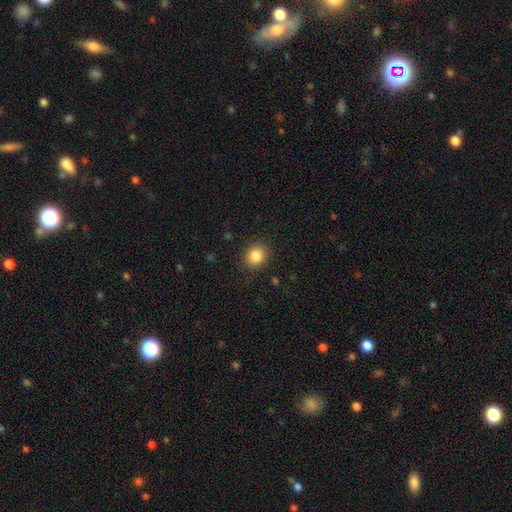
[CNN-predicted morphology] smooth 85%, star or artifact 10%, featured or disk 5%. Down the decision tree: how rounded — round (72%); merging — none (88%).